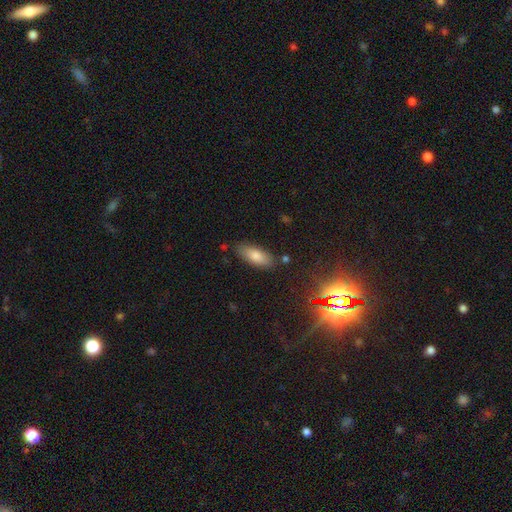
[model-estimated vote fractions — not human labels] This appears to be a smooth galaxy with no disk features (77%) that is in between round and cigar-shaped (80%). Merging: none (82%).